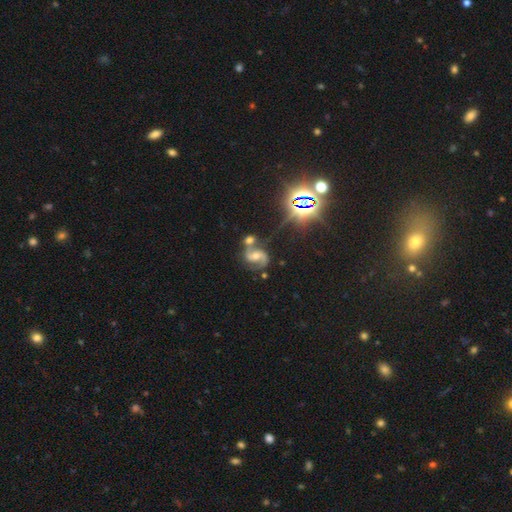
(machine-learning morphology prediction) This appears to be a featured or disk galaxy (78%) with no bar (43%), 2 (91%) medium (55%) spiral arms (95%) and a moderate central bulge (59%). Merging: none (47%).